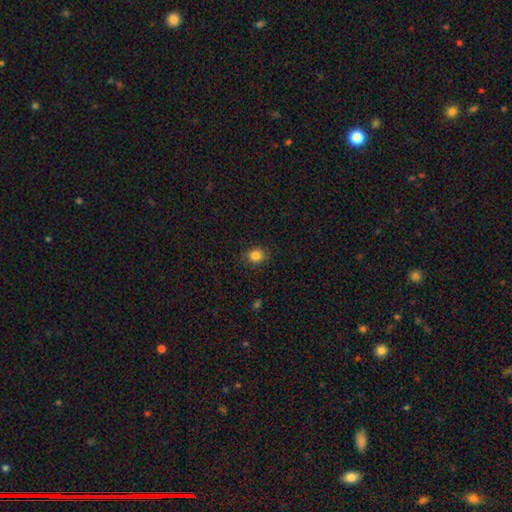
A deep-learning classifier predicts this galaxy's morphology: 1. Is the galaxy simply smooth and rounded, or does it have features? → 84% smooth, 11% star or artifact, 5% featured or disk.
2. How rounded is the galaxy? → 68% round, 31% in between, 1% cigar-shaped.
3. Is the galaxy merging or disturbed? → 85% none, 11% minor disturbance, 3% major disturbance, 1% merger.